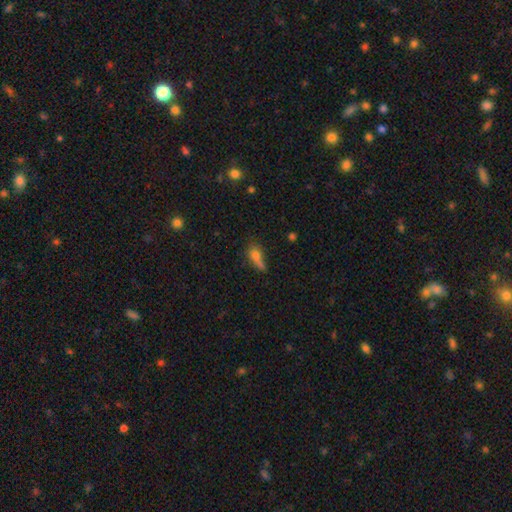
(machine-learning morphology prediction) Smooth or featured?
  - smooth: 65% *
  - featured or disk: 19%
  - star or artifact: 17%
How rounded?
  - in between: 58% *
  - cigar-shaped: 27%
  - round: 15%
Merging?
  - none: 38% *
  - minor disturbance: 22%
  - major disturbance: 21%
  - merger: 19%